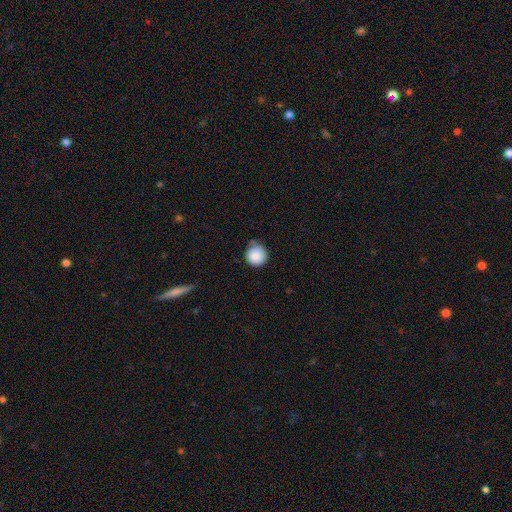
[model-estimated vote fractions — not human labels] Smooth or featured? smooth (87%)
How rounded? round (95%)
Merging? none (72%)